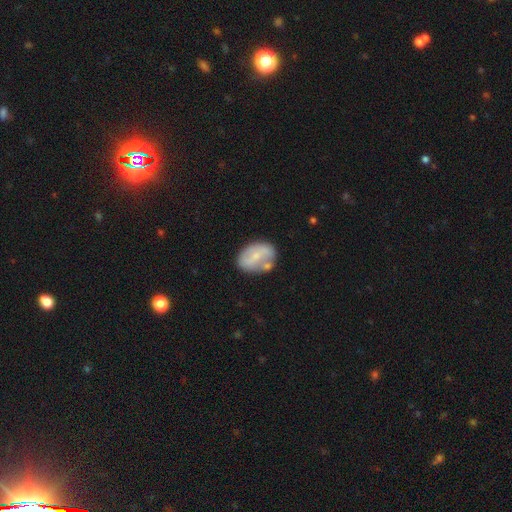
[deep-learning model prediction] Smooth or featured? smooth (51%)
How rounded? in between (76%)
Merging? none (56%)